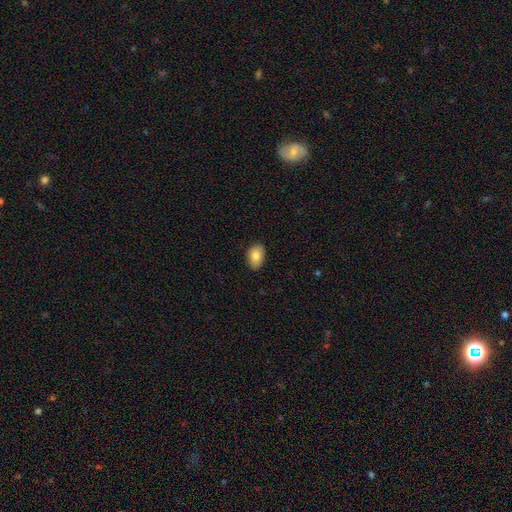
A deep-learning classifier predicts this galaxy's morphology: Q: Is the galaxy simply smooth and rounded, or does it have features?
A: smooth — 84%.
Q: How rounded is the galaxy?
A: in between — 88%.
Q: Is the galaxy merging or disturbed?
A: none — 86%.